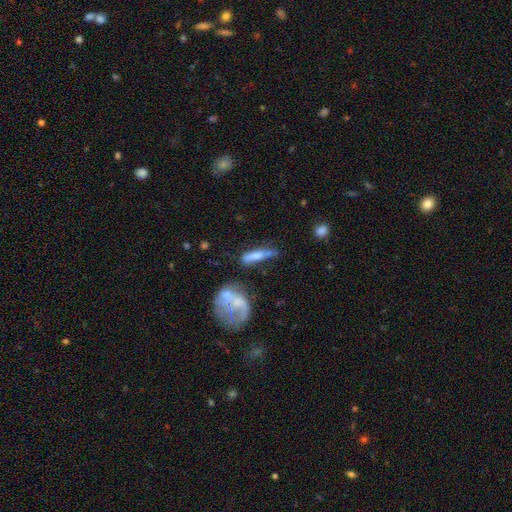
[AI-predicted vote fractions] Q: Smooth or featured?
A: smooth (63%); runner-up: featured or disk (27%)
Q: How rounded?
A: cigar-shaped (63%); runner-up: in between (33%)
Q: Merging?
A: none (37%); runner-up: minor disturbance (24%)